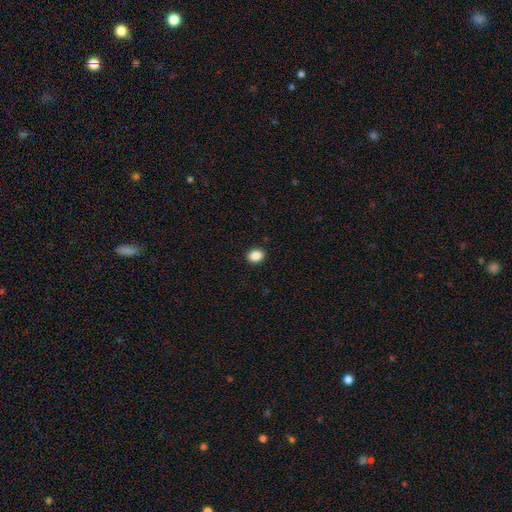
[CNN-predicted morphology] The model was most divided on "how rounded": in between: 57%, round: 42%, cigar-shaped: 1%. More confident: merging — none (91%); smooth or featured — smooth (87%).